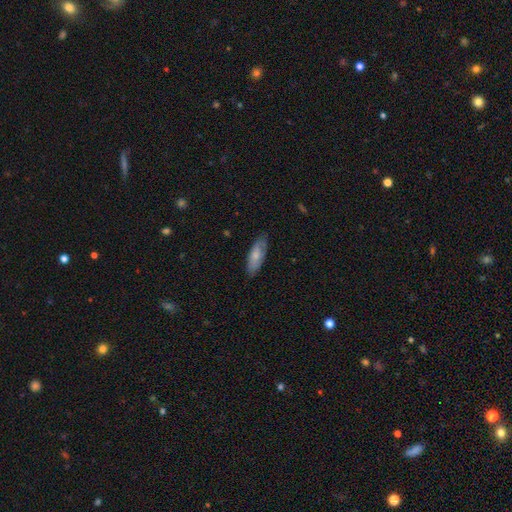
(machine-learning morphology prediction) type=smooth (70%); roundness=in between (69%); merging=none (75%).